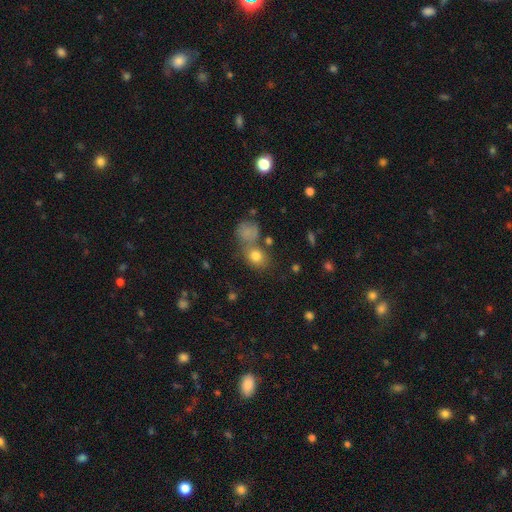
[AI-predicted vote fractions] This is likely a smooth galaxy (78%). How rounded: possibly round (58%). Merging: possibly none (48%).